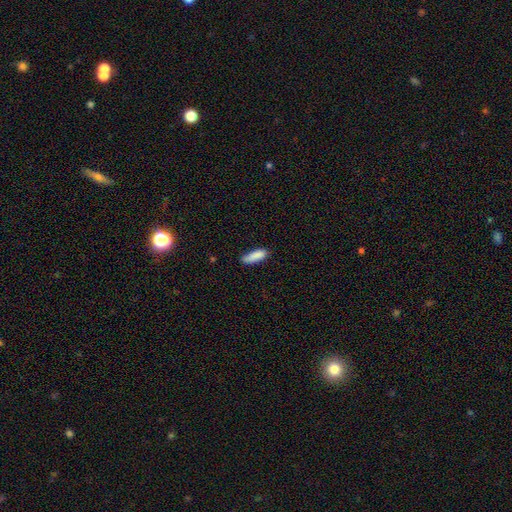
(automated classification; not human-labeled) Q: Smooth or featured?
A: smooth (87%); runner-up: star or artifact (7%)
Q: How rounded?
A: in between (55%); runner-up: cigar-shaped (43%)
Q: Merging?
A: none (70%); runner-up: minor disturbance (24%)